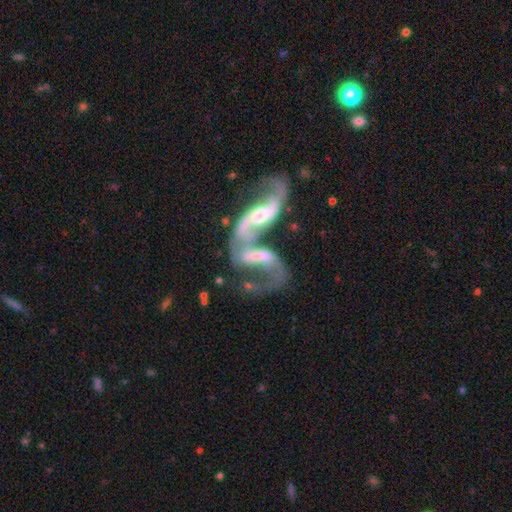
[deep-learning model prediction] Smooth or featured? Predicted: featured or disk (p=0.82). Edge-on disk? Predicted: no (p=0.93). Bar? Predicted: weak (p=0.36). Spiral arms? Predicted: yes (p=0.87). Spiral winding? Predicted: loose (p=0.75). Spiral arm count? Predicted: 2 (p=0.82). Bulge size? Predicted: moderate (p=0.43). Merging? Predicted: merger (p=0.66).